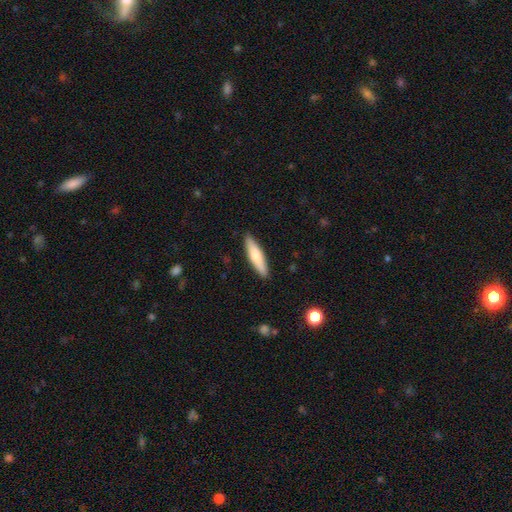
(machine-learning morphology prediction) Smooth or featured? Predicted: smooth (p=0.66). How rounded? Predicted: cigar-shaped (p=0.74). Merging? Predicted: none (p=0.90).